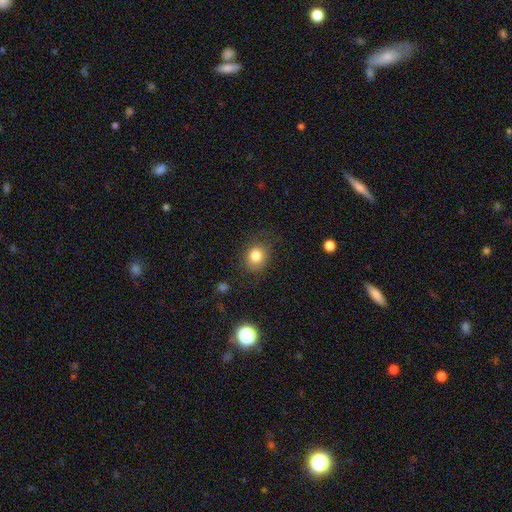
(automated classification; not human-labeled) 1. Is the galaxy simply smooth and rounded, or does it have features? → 81% smooth, 11% star or artifact, 8% featured or disk.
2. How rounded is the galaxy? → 65% round, 34% in between, 1% cigar-shaped.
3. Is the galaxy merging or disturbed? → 80% none, 14% minor disturbance, 5% major disturbance, 1% merger.